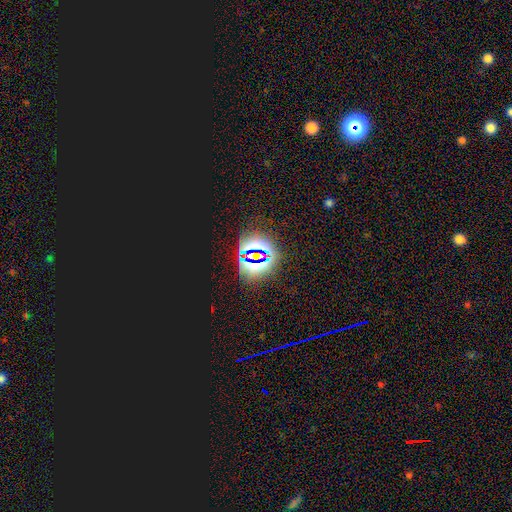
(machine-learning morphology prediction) type=star or artifact (74%).